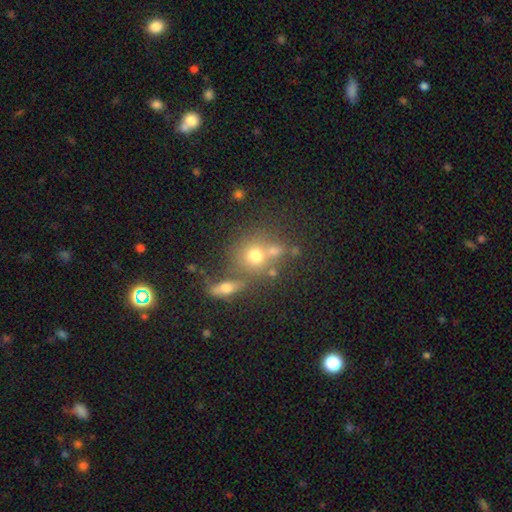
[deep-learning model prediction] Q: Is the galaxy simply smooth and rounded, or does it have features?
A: smooth — 67%.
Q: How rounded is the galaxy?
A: round — 81%.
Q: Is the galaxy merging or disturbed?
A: none — 53%.